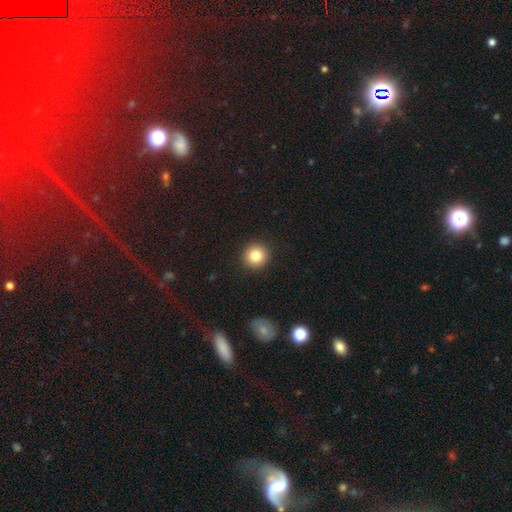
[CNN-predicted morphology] smooth-or-featured: smooth: 83% | star or artifact: 10% | featured or disk: 7%
  how-rounded: round: 94% | in between: 5% | cigar-shaped: 1%
  merging: none: 92% | minor disturbance: 5% | major disturbance: 2% | merger: 1%